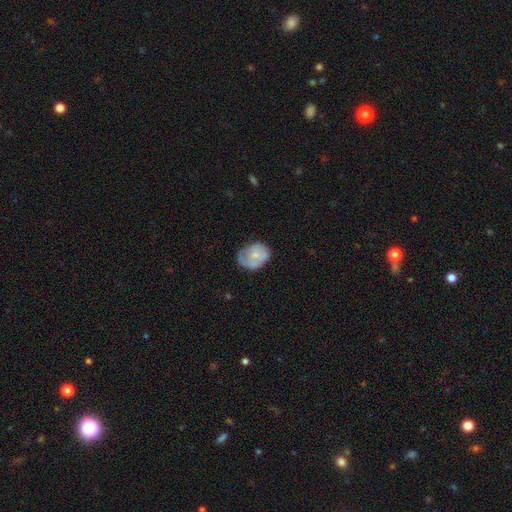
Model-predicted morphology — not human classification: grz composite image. It shows a smooth galaxy with no disk features (58%) that is in between round and cigar-shaped (55%). Merging: none (47%).